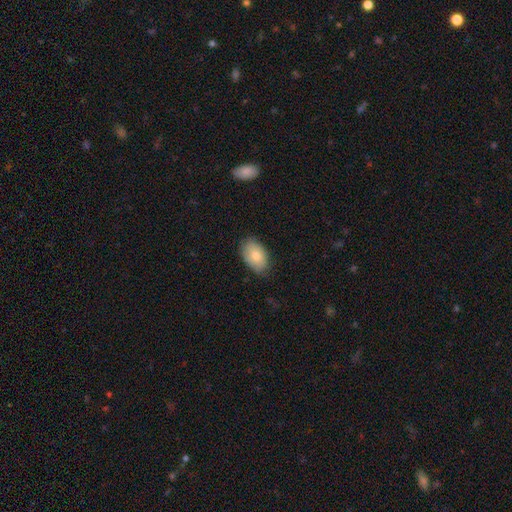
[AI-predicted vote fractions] Overall: smooth (78%). How rounded: in between (91%). Merging: none (79%).